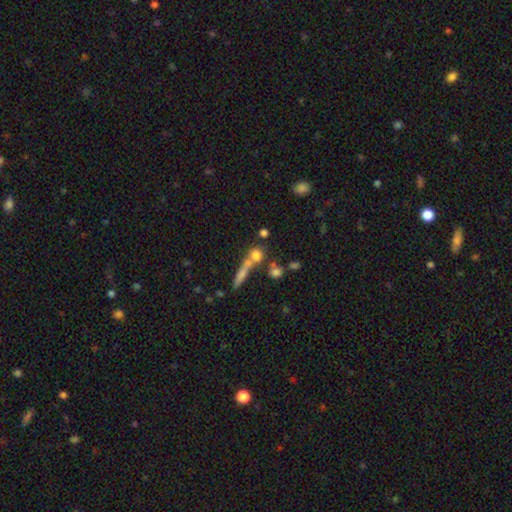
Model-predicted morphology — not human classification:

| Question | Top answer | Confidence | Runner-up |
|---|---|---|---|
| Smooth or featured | smooth | 48% | featured or disk (30%) |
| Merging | none | 52% | merger (33%) |